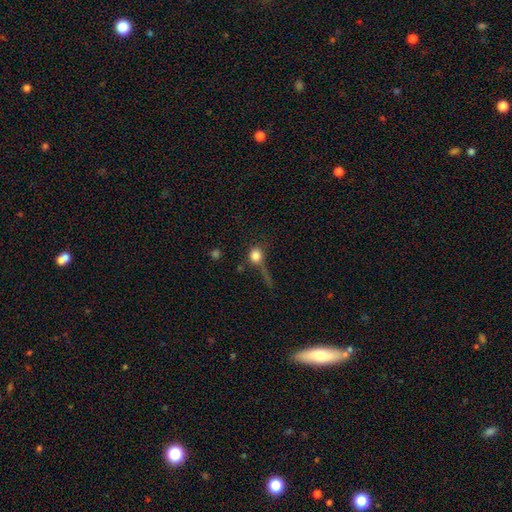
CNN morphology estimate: This is likely a smooth galaxy (75%). How rounded: clearly round (82%). Merging: marginally none (44%).